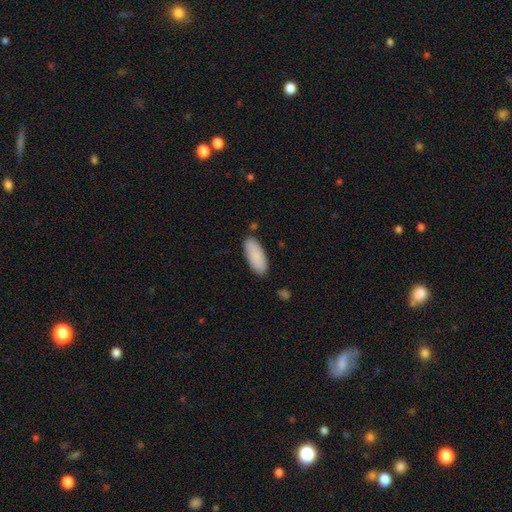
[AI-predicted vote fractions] Morphology: type=smooth (89%); roundness=in between (81%); merging=none (84%).